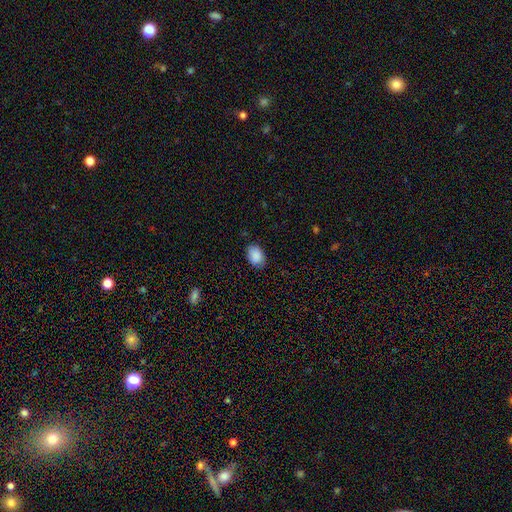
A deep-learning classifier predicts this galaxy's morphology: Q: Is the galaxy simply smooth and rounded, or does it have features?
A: smooth — 88%.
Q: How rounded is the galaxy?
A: in between — 79%.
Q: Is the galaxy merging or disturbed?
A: none — 79%.